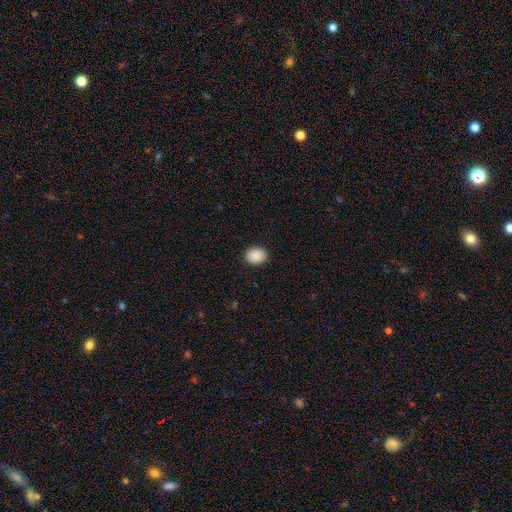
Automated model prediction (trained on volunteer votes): Overall: smooth (90%). How rounded: in between (51%; round 49%). Merging: none (91%).